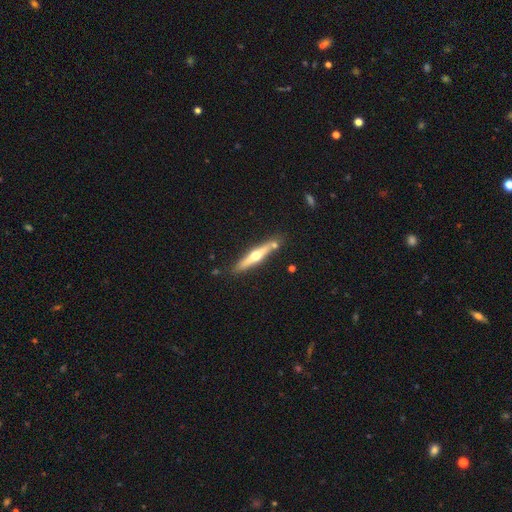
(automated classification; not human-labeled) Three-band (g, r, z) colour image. It shows a featured or disk galaxy (63%) viewed edge-on (95%) with a rounded central bulge (92%). Merging: none (80%).